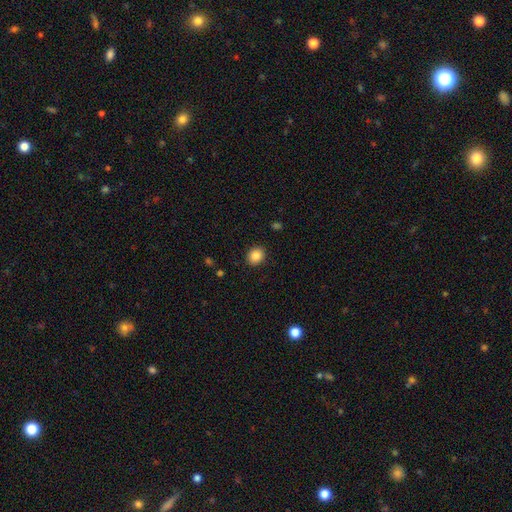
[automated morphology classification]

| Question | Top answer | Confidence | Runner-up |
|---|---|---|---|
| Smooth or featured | smooth | 86% | star or artifact (9%) |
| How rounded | round | 59% | in between (41%) |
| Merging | none | 90% | minor disturbance (7%) |